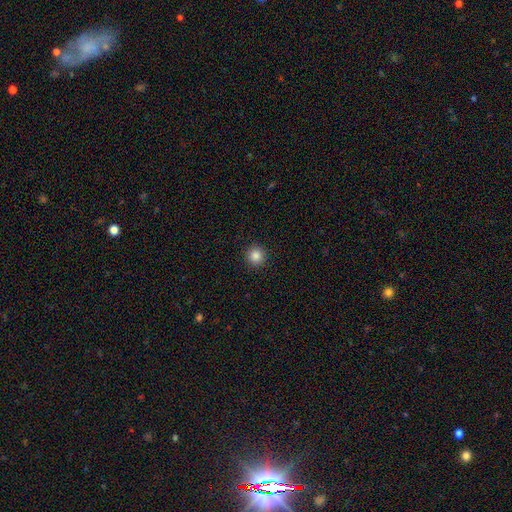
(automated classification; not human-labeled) smooth-or-featured: smooth: 86% | star or artifact: 11% | featured or disk: 4%
  how-rounded: round: 95% | in between: 4% | cigar-shaped: 1%
  merging: none: 93% | minor disturbance: 4% | major disturbance: 2% | merger: 1%